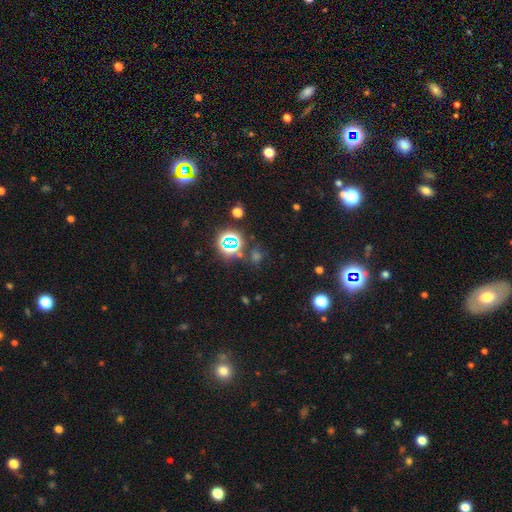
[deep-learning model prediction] Smooth or featured? star or artifact (64%)